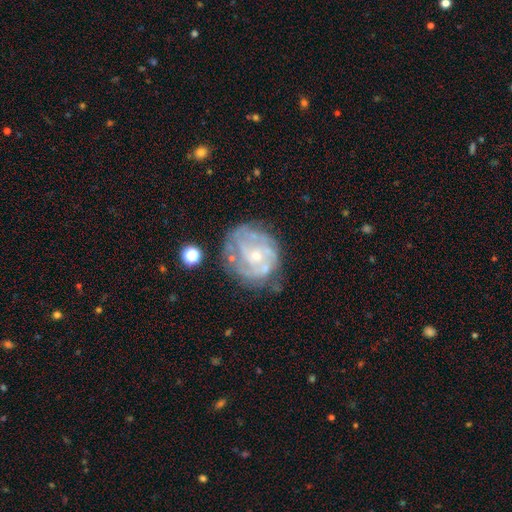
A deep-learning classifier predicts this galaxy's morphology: Smooth or featured: featured or disk — 79% (smooth — 14%)
Edge-on disk: no — 98% (yes — 2%)
Bar: no — 75% (weak — 21%)
Spiral arms: yes — 80% (no — 20%)
Spiral winding: tight — 57% (medium — 32%)
Spiral arm count: can't tell — 43% (2 — 19%)
Bulge size: small — 64% (moderate — 29%)
Merging: none — 61% (minor disturbance — 22%)